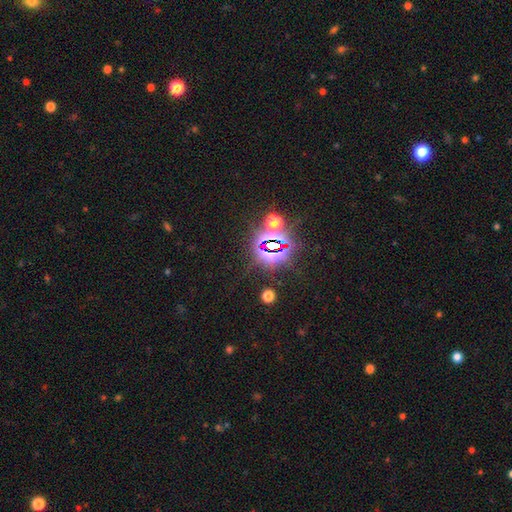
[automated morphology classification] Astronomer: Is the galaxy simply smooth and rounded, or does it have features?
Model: star or artifact — 81%.